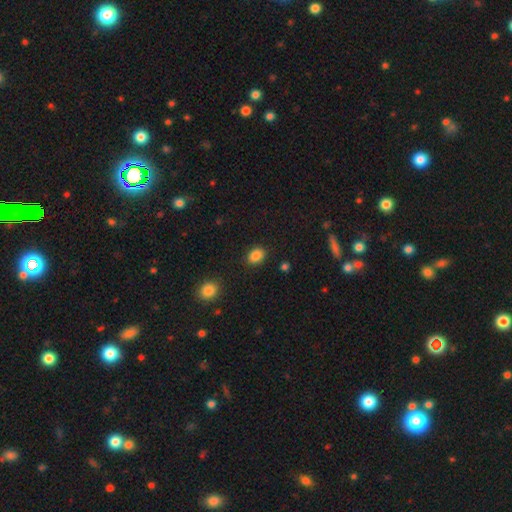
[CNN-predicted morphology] smooth 86%, star or artifact 10%, featured or disk 4%. Down the decision tree: how rounded — in between (68%); merging — none (87%).